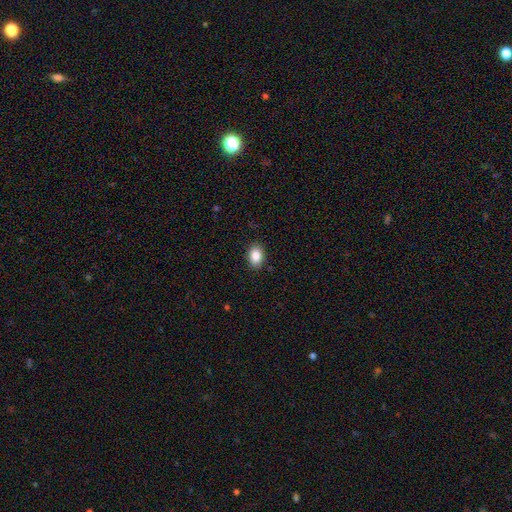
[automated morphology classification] This is clearly a smooth galaxy (86%). How rounded: likely in between (79%). Merging: clearly none (89%).